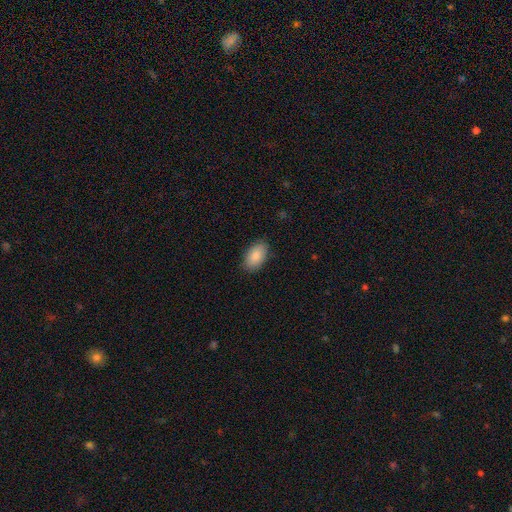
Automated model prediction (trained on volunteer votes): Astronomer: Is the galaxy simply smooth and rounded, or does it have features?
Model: smooth — 87%.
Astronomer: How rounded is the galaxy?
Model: in between — 94%.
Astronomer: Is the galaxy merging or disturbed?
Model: none — 86%.